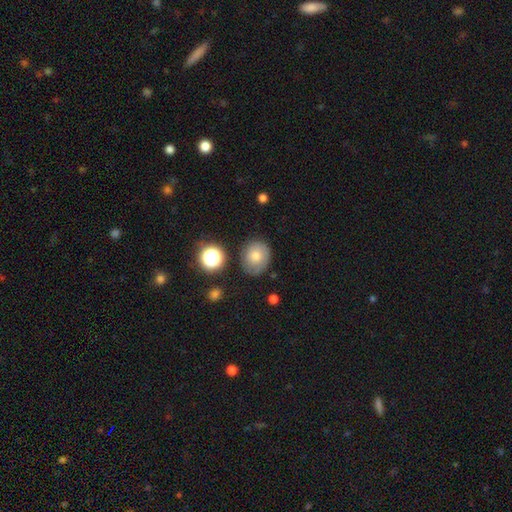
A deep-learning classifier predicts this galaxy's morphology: Overall: smooth (65%). How rounded: round (64%; in between 35%). Merging: none (72%).